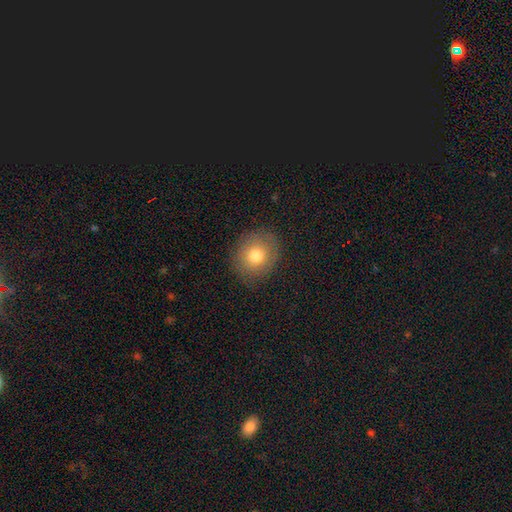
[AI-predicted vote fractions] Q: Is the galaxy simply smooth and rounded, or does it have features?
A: smooth — 76%.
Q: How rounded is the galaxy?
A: round — 77%.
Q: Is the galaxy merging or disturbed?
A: none — 85%.